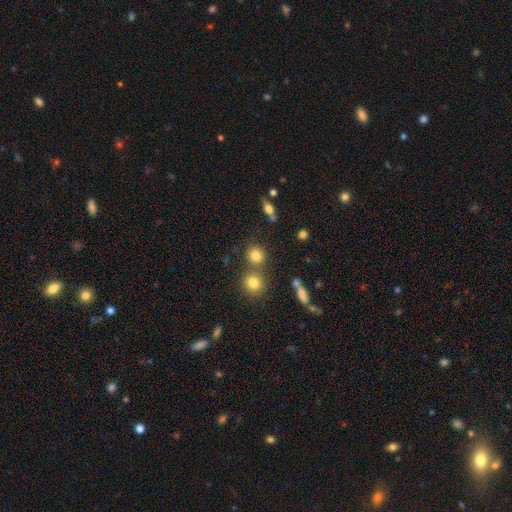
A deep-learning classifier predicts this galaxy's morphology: This is likely a smooth galaxy (80%). How rounded: clearly round (86%). Merging: likely none (65%).